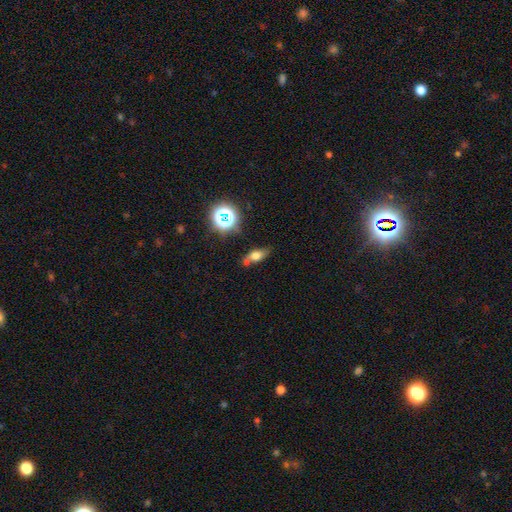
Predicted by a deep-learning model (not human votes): smooth-or-featured: smooth: 61% | featured or disk: 21% | star or artifact: 18%
  how-rounded: in between: 69% | cigar-shaped: 17% | round: 14%
  merging: none: 62% | minor disturbance: 18% | merger: 15% | major disturbance: 5%